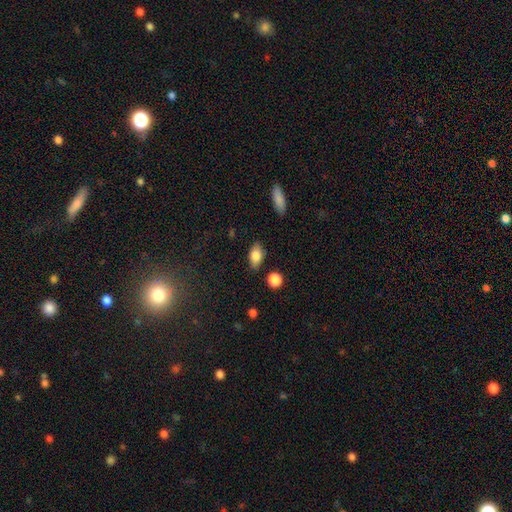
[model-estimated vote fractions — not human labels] The model was most divided on "smooth or featured": smooth: 81%, featured or disk: 11%, star or artifact: 8%. More confident: how rounded — in between (88%); merging — none (83%).